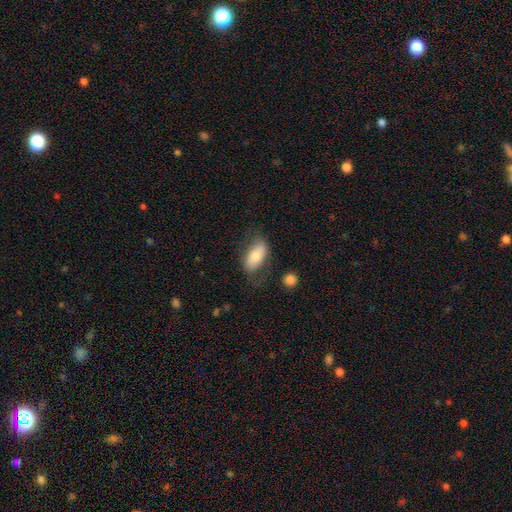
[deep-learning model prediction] Smooth or featured?
  - smooth: 72% *
  - featured or disk: 22%
  - star or artifact: 6%
How rounded?
  - in between: 90% *
  - cigar-shaped: 7%
  - round: 3%
Merging?
  - none: 59% *
  - minor disturbance: 25%
  - major disturbance: 13%
  - merger: 3%